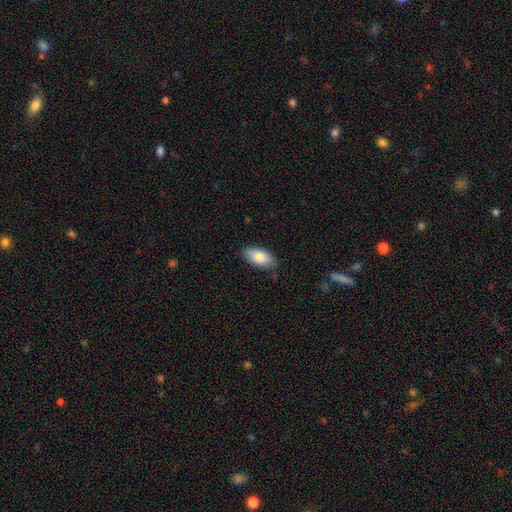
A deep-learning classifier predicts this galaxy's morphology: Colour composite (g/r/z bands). It shows a smooth galaxy with no disk features (84%) that is in between round and cigar-shaped (91%). Merging: none (85%).